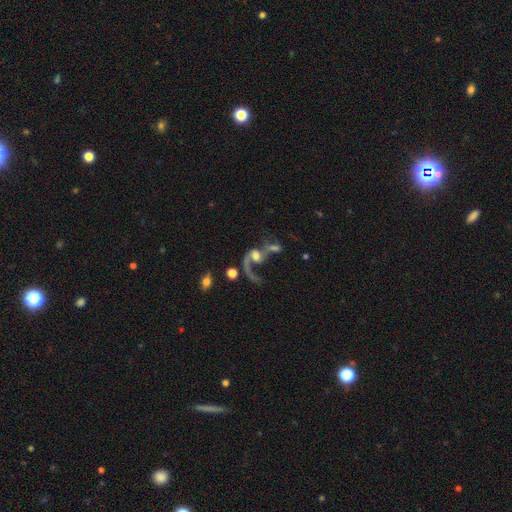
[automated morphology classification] Q: Smooth or featured?
A: featured or disk (72%); runner-up: smooth (18%)
Q: Edge-on disk?
A: no (96%); runner-up: yes (4%)
Q: Bar?
A: no (60%); runner-up: weak (30%)
Q: Spiral arms?
A: yes (84%); runner-up: no (16%)
Q: Spiral winding?
A: loose (78%); runner-up: medium (18%)
Q: Spiral arm count?
A: 1 (58%); runner-up: 2 (36%)
Q: Bulge size?
A: moderate (48%); runner-up: large (21%)
Q: Merging?
A: merger (47%); runner-up: major disturbance (26%)